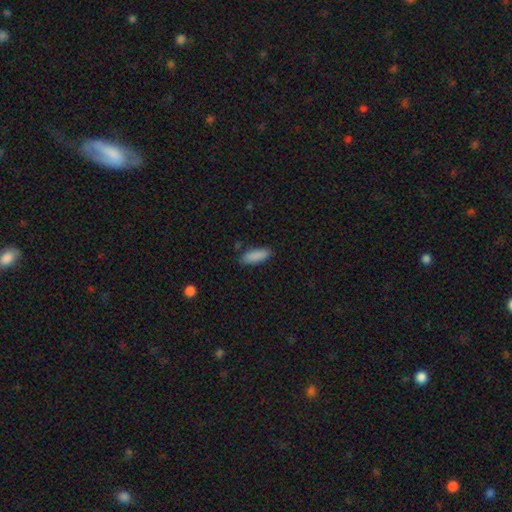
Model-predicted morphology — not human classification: smooth 88%, star or artifact 7%, featured or disk 5%. Down the decision tree: how rounded — in between (62%); merging — none (82%).